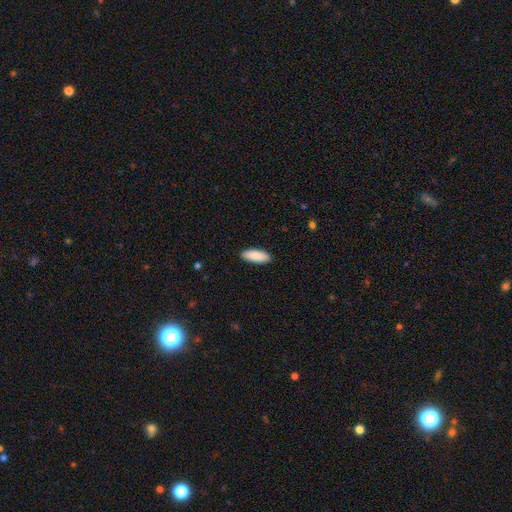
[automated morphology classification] A smooth galaxy with no disk features (88%) that is in between round and cigar-shaped (76%). Merging: none (90%).